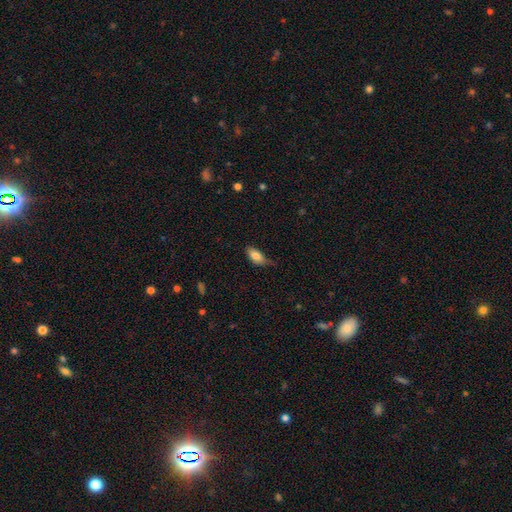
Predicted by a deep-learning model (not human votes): smooth_or_featured: smooth (p=0.82) [alt: featured or disk p=0.11]
how_rounded: in between (p=0.87) [alt: cigar-shaped p=0.10]
merging: none (p=0.50) [alt: minor disturbance p=0.37]